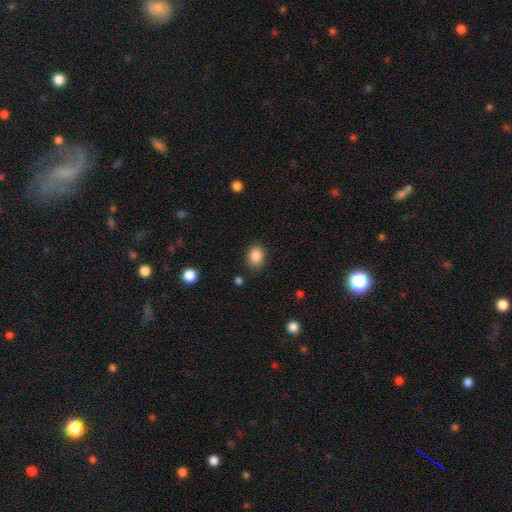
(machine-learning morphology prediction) Smooth or featured? Predicted: smooth (p=0.88). How rounded? Predicted: in between (p=0.62). Merging? Predicted: none (p=0.84).